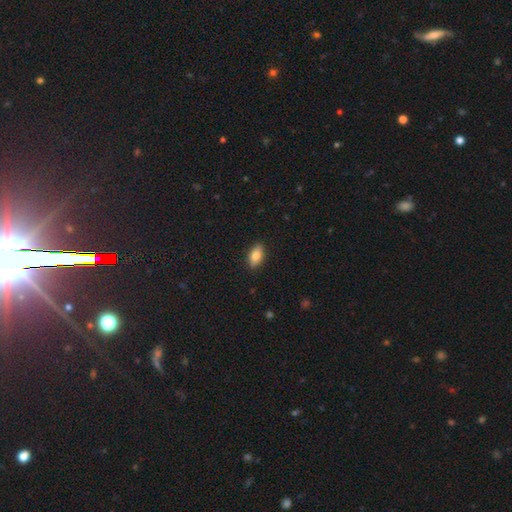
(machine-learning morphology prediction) type=smooth (78%); roundness=in between (88%); merging=none (89%).